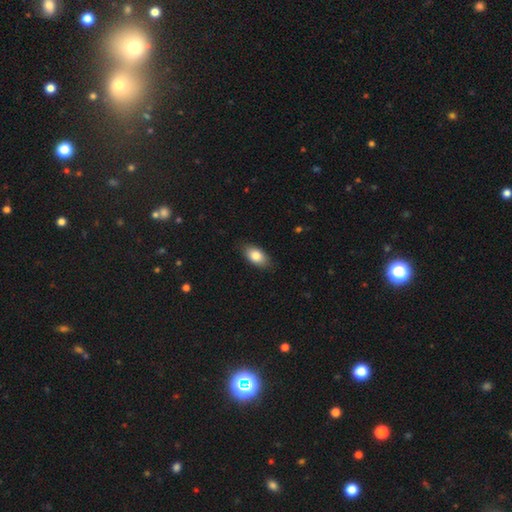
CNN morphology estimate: Smooth or featured? smooth (83%)
How rounded? in between (91%)
Merging? none (85%)